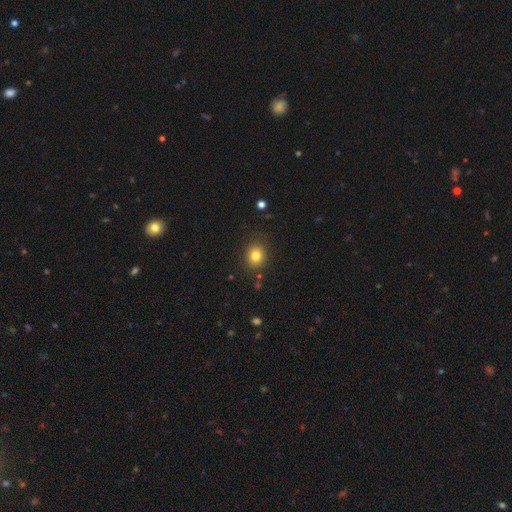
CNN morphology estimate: The model was most divided on "how rounded": round: 71%, in between: 28%, cigar-shaped: 1%. More confident: merging — none (86%); smooth or featured — smooth (81%).